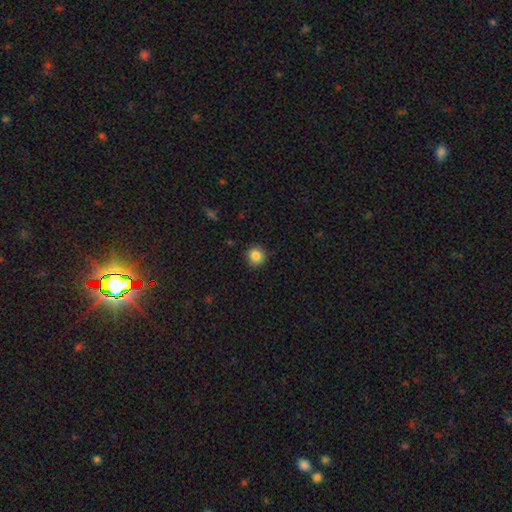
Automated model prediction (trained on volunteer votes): Overall: smooth (86%). How rounded: round (90%). Merging: none (89%).